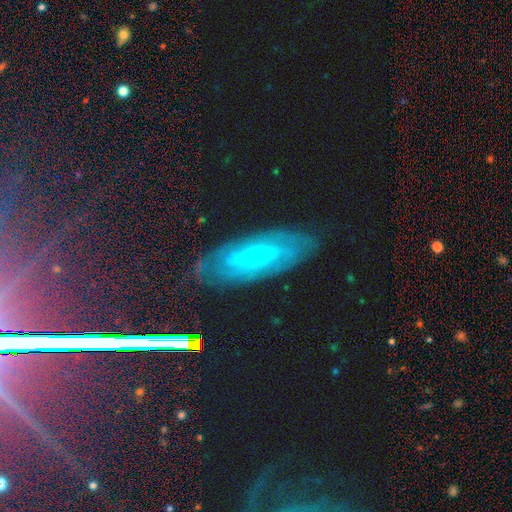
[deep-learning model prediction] Q: Smooth or featured?
A: featured or disk (70%); runner-up: smooth (22%)
Q: Edge-on disk?
A: no (84%); runner-up: yes (16%)
Q: Bar?
A: no (54%); runner-up: weak (36%)
Q: Spiral arms?
A: yes (81%); runner-up: no (19%)
Q: Bulge size?
A: small (67%); runner-up: moderate (28%)
Q: Merging?
A: none (77%); runner-up: minor disturbance (17%)